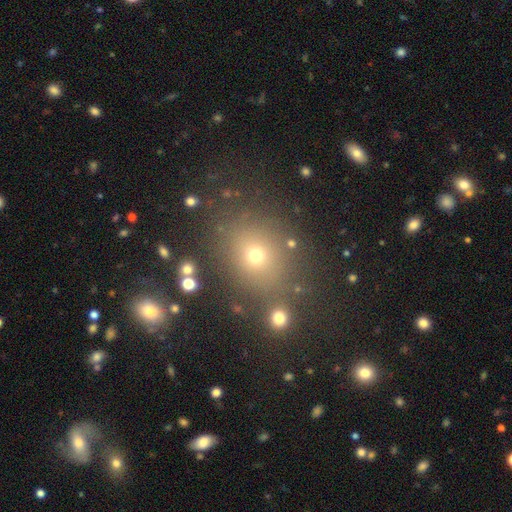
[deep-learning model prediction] smooth_or_featured: smooth (p=0.64) [alt: star or artifact p=0.25]
how_rounded: round (p=0.68) [alt: in between p=0.31]
merging: none (p=0.79) [alt: minor disturbance p=0.10]